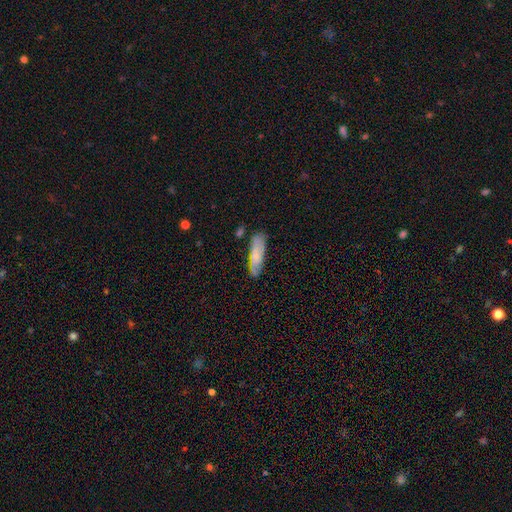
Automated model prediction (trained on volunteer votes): Morphology: type=smooth (68%); roundness=cigar-shaped (59%); merging=none (72%).